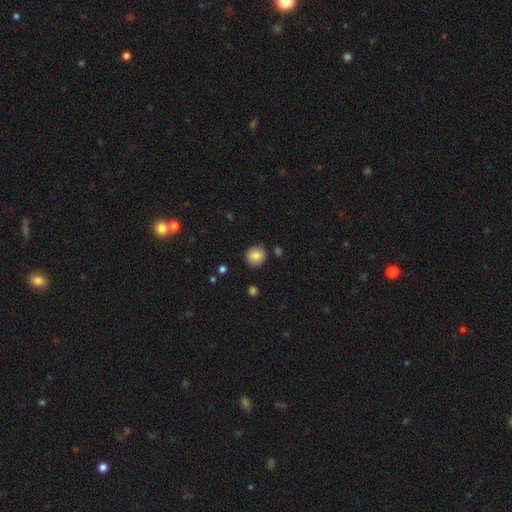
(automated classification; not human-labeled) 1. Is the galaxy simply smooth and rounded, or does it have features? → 85% smooth, 9% star or artifact, 7% featured or disk.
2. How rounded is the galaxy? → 89% round, 10% in between, 1% cigar-shaped.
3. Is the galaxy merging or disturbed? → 87% none, 9% minor disturbance, 2% major disturbance, 2% merger.